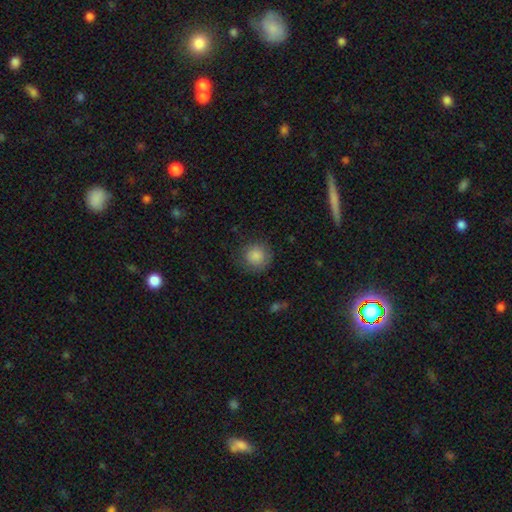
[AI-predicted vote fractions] smooth 85%, star or artifact 8%, featured or disk 6%. Down the decision tree: how rounded — round (92%); merging — none (79%).